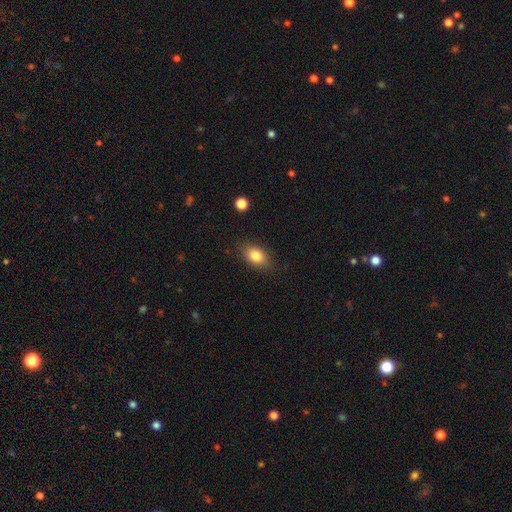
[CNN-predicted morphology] Q: Smooth or featured?
A: smooth (82%); runner-up: featured or disk (9%)
Q: How rounded?
A: in between (82%); runner-up: round (15%)
Q: Merging?
A: none (83%); runner-up: minor disturbance (12%)